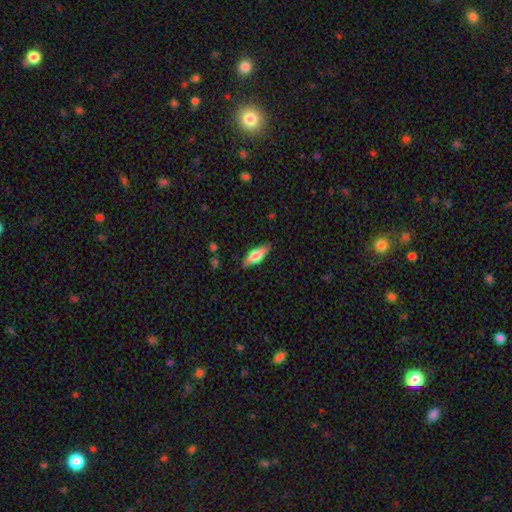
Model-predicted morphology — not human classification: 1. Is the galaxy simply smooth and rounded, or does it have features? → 64% smooth, 30% featured or disk, 6% star or artifact.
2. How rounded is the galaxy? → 66% in between, 31% cigar-shaped, 3% round.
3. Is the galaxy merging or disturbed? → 85% none, 12% minor disturbance, 2% major disturbance, 1% merger.